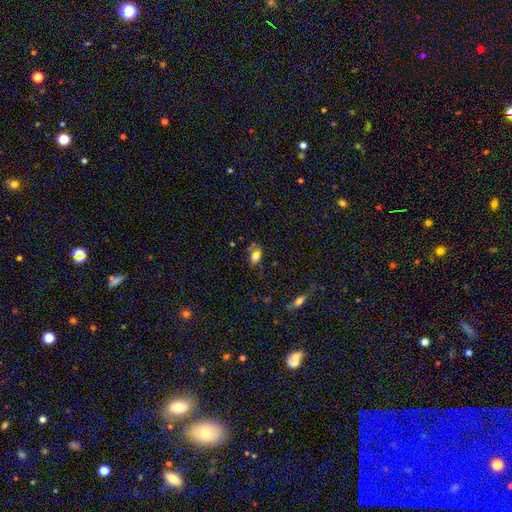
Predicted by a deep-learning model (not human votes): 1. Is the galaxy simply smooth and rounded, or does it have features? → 51% smooth, 35% star or artifact, 14% featured or disk.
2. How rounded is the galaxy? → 49% in between, 46% round, 5% cigar-shaped.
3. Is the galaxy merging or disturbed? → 66% none, 16% minor disturbance, 10% major disturbance, 7% merger.